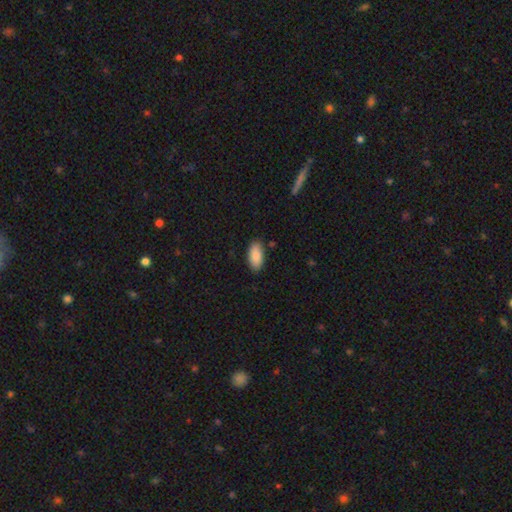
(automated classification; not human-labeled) Q: Smooth or featured?
A: smooth (89%); runner-up: star or artifact (6%)
Q: How rounded?
A: in between (92%); runner-up: cigar-shaped (6%)
Q: Merging?
A: none (85%); runner-up: minor disturbance (11%)